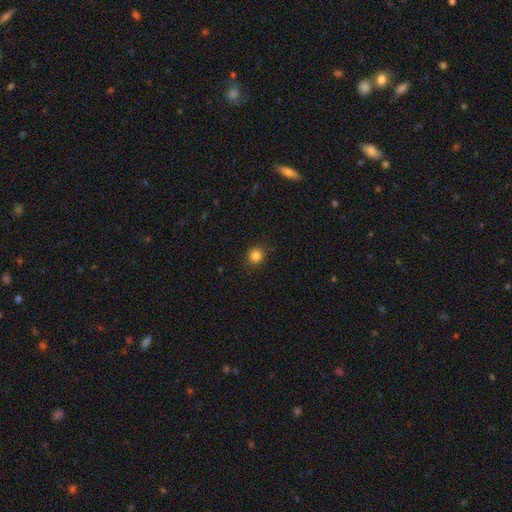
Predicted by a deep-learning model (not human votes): Overall: smooth (84%). How rounded: round (87%). Merging: none (89%).